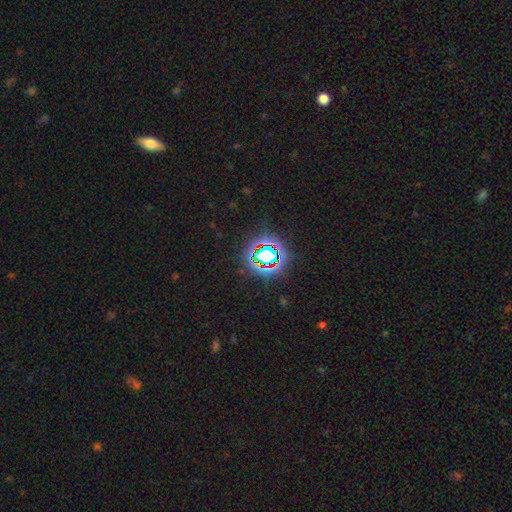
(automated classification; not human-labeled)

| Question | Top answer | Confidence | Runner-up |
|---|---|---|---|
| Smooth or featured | star or artifact | 76% | smooth (15%) |